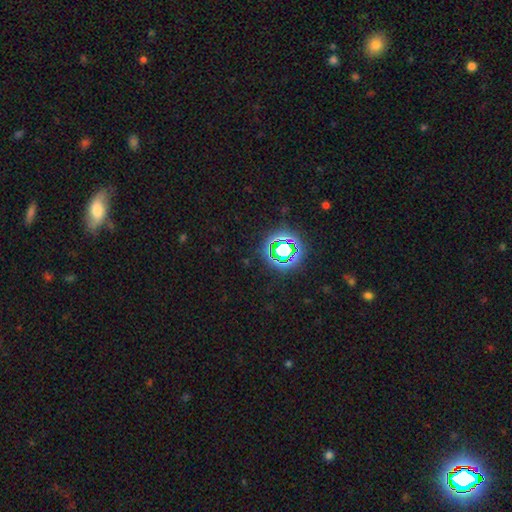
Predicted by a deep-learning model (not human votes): A star or artifact, not a galaxy (73%).

Vote fractions:
- Smooth or featured? star or artifact: 73% / smooth: 19% / featured or disk: 8%